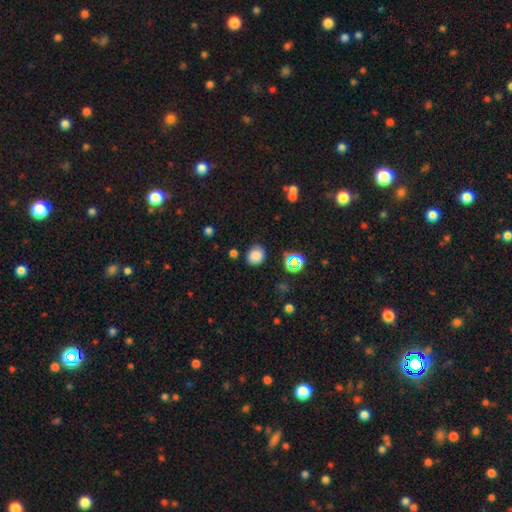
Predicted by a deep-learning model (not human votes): A smooth galaxy with no disk features (79%) that is round (71%). Merging: none (80%).